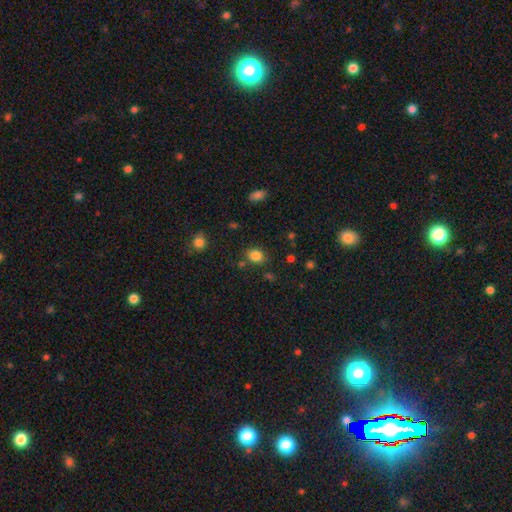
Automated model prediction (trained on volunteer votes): Smooth or featured? smooth (83%)
How rounded? in between (57%)
Merging? none (78%)